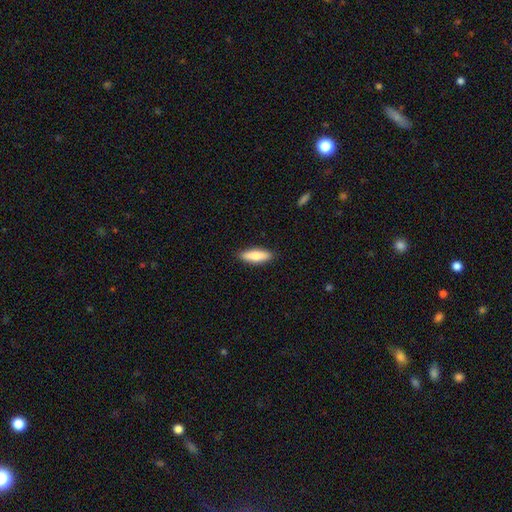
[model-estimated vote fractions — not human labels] Smooth or featured? smooth (79%)
How rounded? cigar-shaped (50%)
Merging? none (90%)